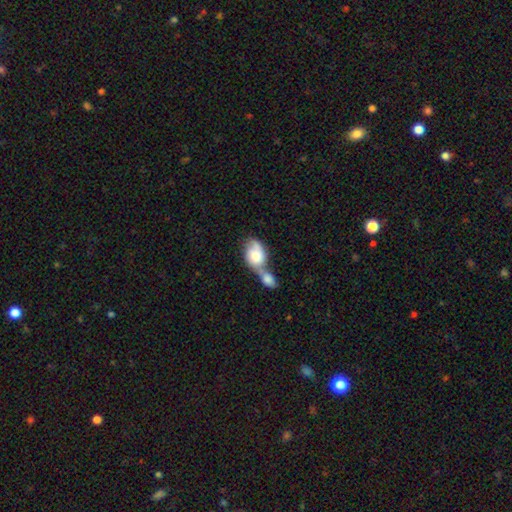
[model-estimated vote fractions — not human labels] smooth_or_featured: smooth (p=0.65) [alt: featured or disk p=0.29]
how_rounded: in between (p=0.79) [alt: round p=0.19]
merging: merger (p=0.75) [alt: none p=0.12]